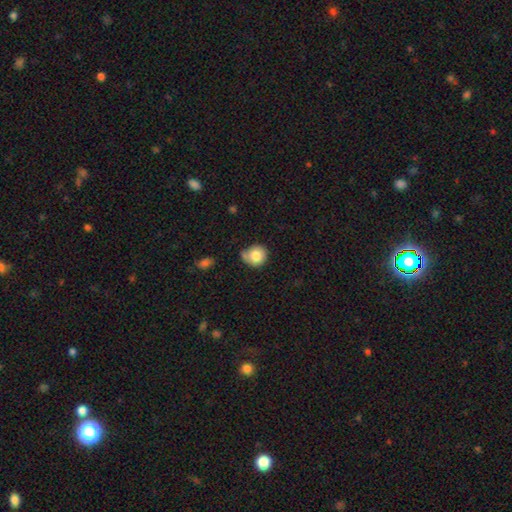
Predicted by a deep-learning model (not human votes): smooth 81%, featured or disk 11%, star or artifact 9%. Down the decision tree: how rounded — round (84%); merging — none (55%).